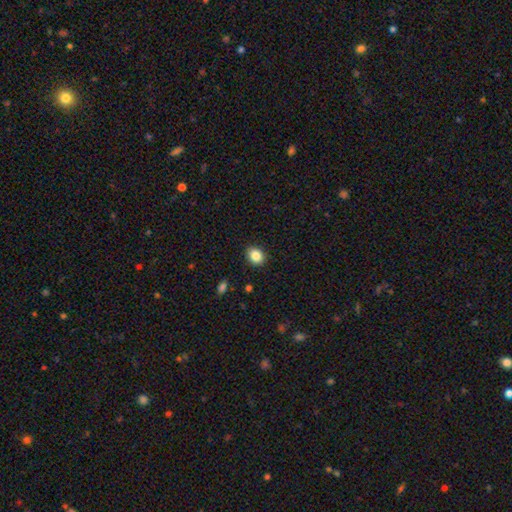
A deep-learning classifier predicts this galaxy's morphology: Overall: smooth (86%). How rounded: round (53%; in between 47%). Merging: none (90%).